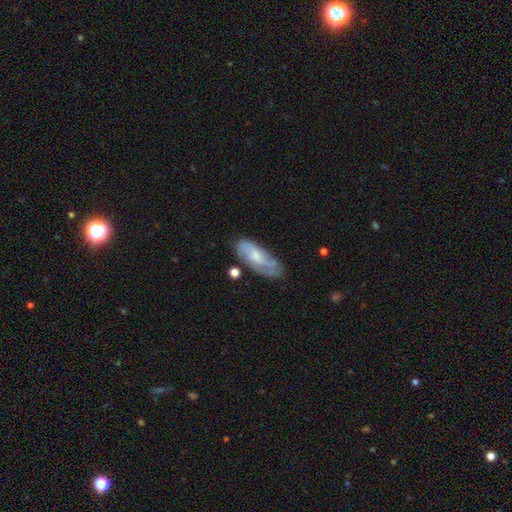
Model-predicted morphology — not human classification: The model was most divided on "bulge size": small: 43%, moderate: 38%, none: 14%, large: 4%, dominant: 1%. More confident: edge-on disk — no (89%); spiral arms — yes (83%); bar — no (61%); smooth or featured — featured or disk (58%); merging — none (57%).